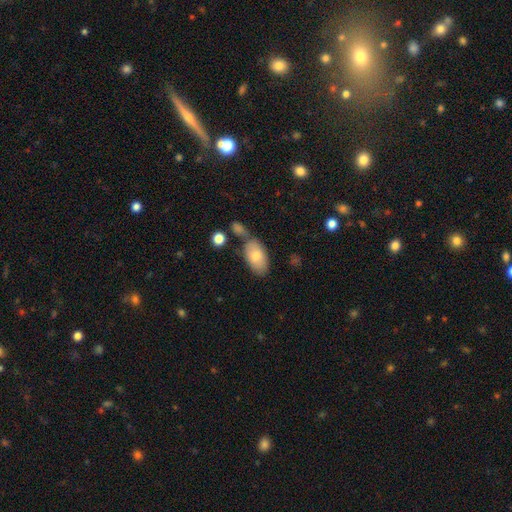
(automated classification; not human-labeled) A smooth galaxy with no disk features (76%) that is in between round and cigar-shaped (94%).

Vote fractions:
- Smooth or featured? smooth: 76% / featured or disk: 17% / star or artifact: 6%
- How rounded? in between: 94% / round: 4% / cigar-shaped: 2%
- Merging? none: 58% / minor disturbance: 19% / merger: 18% / major disturbance: 6%